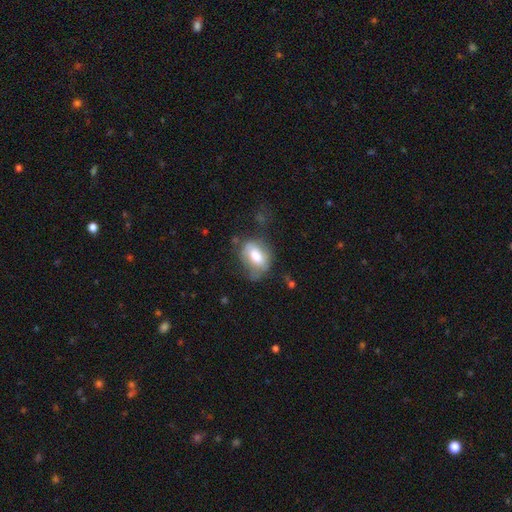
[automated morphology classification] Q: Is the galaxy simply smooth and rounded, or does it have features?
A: smooth — 67%.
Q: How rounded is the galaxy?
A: in between — 81%.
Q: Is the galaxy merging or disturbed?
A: none — 44%.